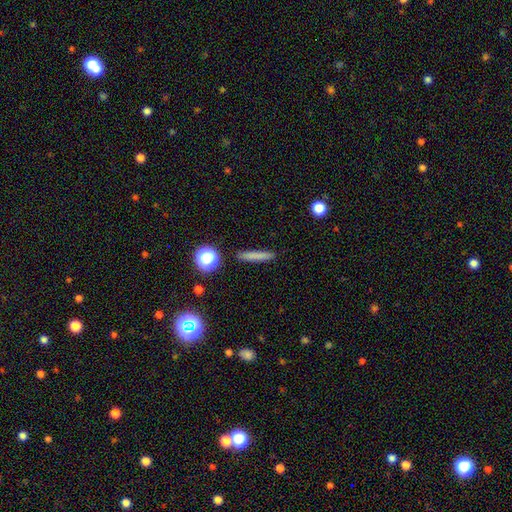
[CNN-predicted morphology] A smooth galaxy with no disk features (75%) that is cigar-shaped (90%).

Vote fractions:
- Smooth or featured? smooth: 75% / featured or disk: 14% / star or artifact: 11%
- How rounded? cigar-shaped: 90% / in between: 6% / round: 4%
- Merging? none: 90% / minor disturbance: 7% / major disturbance: 2% / merger: 2%